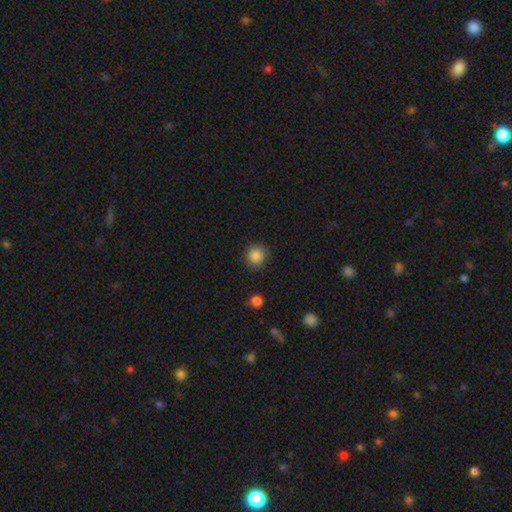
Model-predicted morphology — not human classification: Smooth or featured? smooth (86%)
How rounded? round (86%)
Merging? none (87%)